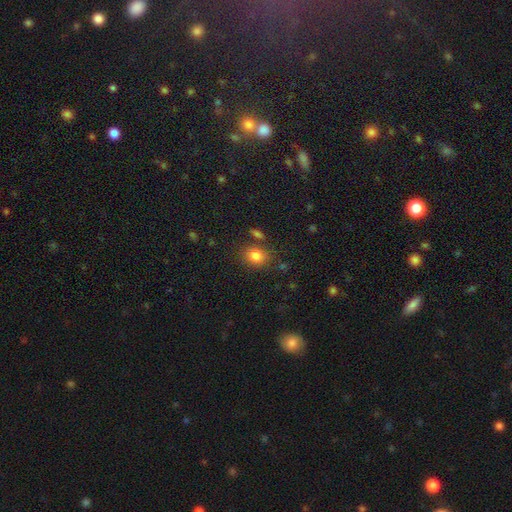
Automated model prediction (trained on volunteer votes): This is clearly a smooth galaxy (82%). How rounded: possibly round (57%). Merging: likely none (76%).